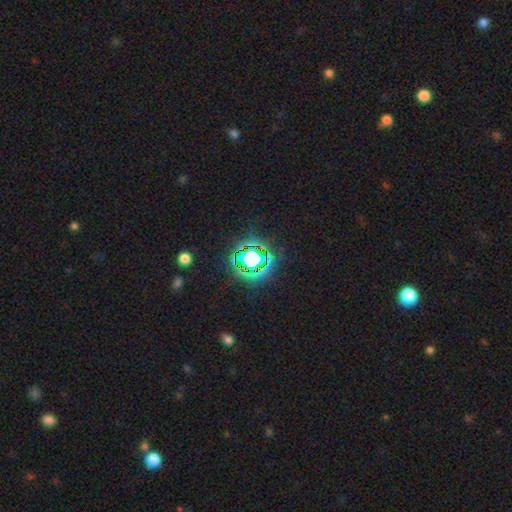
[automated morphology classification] Smooth or featured: star or artifact — 77% (smooth — 14%)